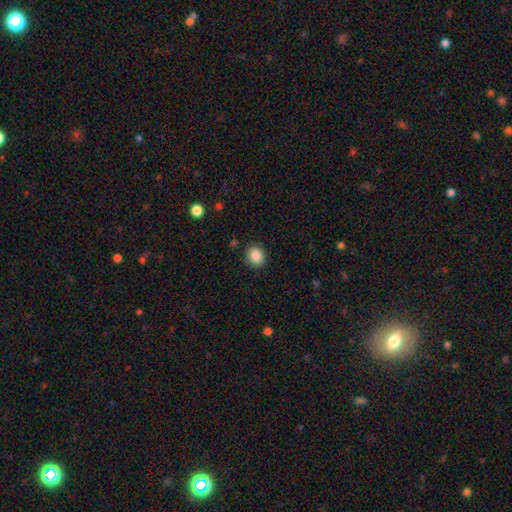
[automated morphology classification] A smooth galaxy with no disk features (86%) that is round (75%).

Vote fractions:
- Smooth or featured? smooth: 86% / star or artifact: 9% / featured or disk: 5%
- How rounded? round: 75% / in between: 24% / cigar-shaped: 1%
- Merging? none: 88% / minor disturbance: 8% / major disturbance: 2% / merger: 2%